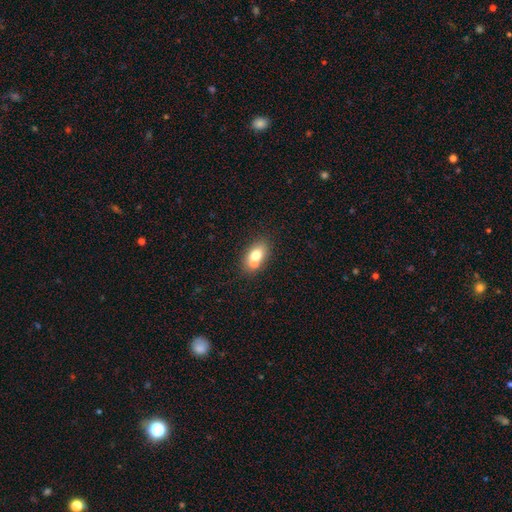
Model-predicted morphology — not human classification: Smooth or featured: smooth — 71% (featured or disk — 20%)
How rounded: in between — 79% (round — 19%)
Merging: none — 47% (merger — 39%)